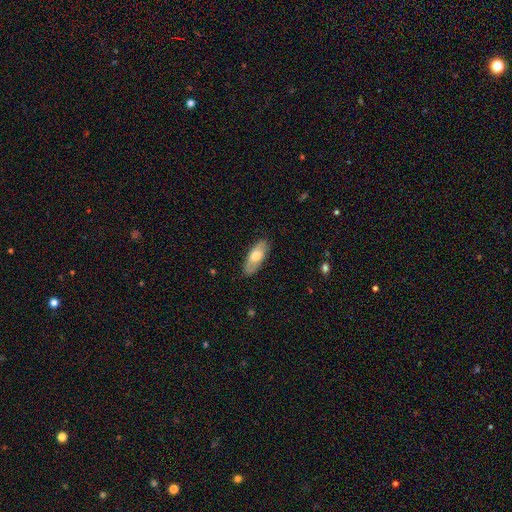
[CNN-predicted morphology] A smooth galaxy with no disk features (64%) that is in between round and cigar-shaped (79%).

Vote fractions:
- Smooth or featured? smooth: 64% / featured or disk: 31% / star or artifact: 6%
- How rounded? in between: 79% / cigar-shaped: 19% / round: 2%
- Merging? none: 84% / minor disturbance: 13% / major disturbance: 3% / merger: 1%